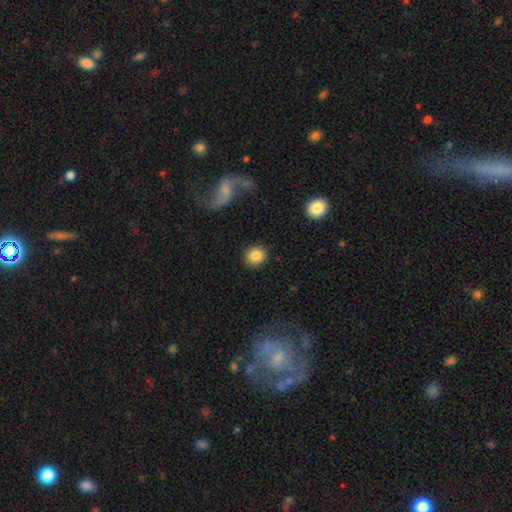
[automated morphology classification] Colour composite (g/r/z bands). It shows a smooth galaxy with no disk features (86%) that is round (84%). Merging: none (88%).